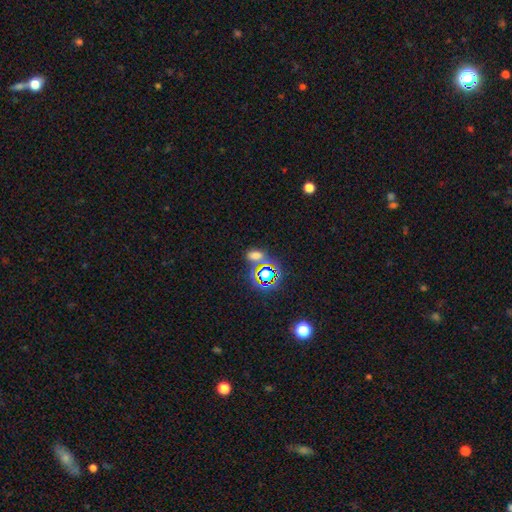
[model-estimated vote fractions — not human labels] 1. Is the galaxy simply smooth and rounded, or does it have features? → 55% smooth, 36% star or artifact, 10% featured or disk.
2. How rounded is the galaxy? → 77% in between, 18% round, 5% cigar-shaped.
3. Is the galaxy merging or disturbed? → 64% none, 17% merger, 12% minor disturbance, 6% major disturbance.